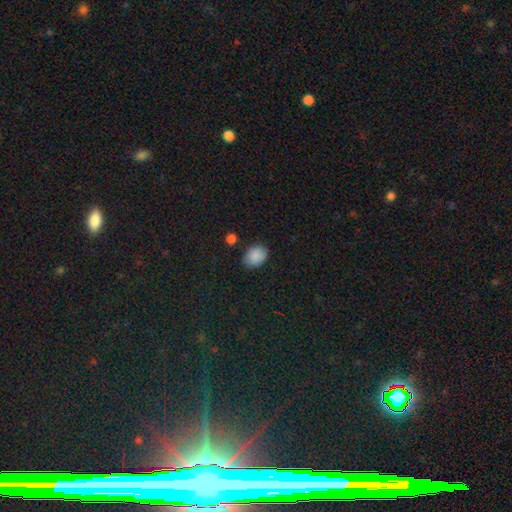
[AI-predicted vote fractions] Smooth or featured: smooth — 87% (star or artifact — 8%)
How rounded: in between — 74% (round — 25%)
Merging: none — 79% (minor disturbance — 16%)